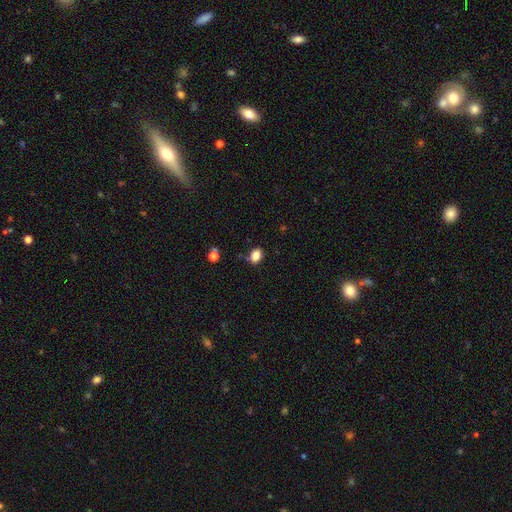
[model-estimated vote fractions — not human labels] The model was most divided on "how rounded": in between: 74%, round: 25%, cigar-shaped: 1%. More confident: smooth or featured — smooth (84%); merging — none (77%).